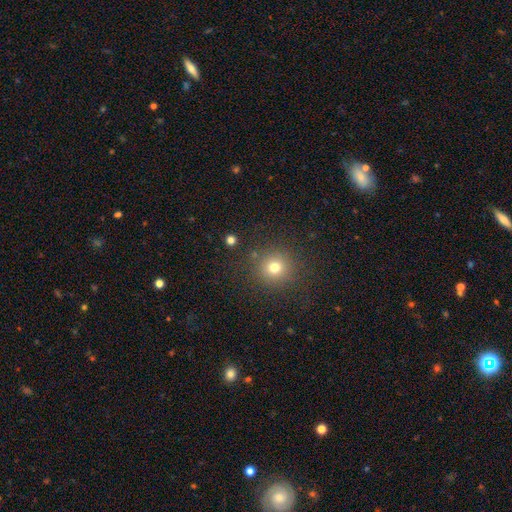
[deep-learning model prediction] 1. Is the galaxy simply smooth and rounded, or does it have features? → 59% smooth, 35% star or artifact, 7% featured or disk.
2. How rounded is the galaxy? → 93% round, 6% in between, 1% cigar-shaped.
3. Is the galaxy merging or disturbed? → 90% none, 6% minor disturbance, 2% major disturbance, 2% merger.